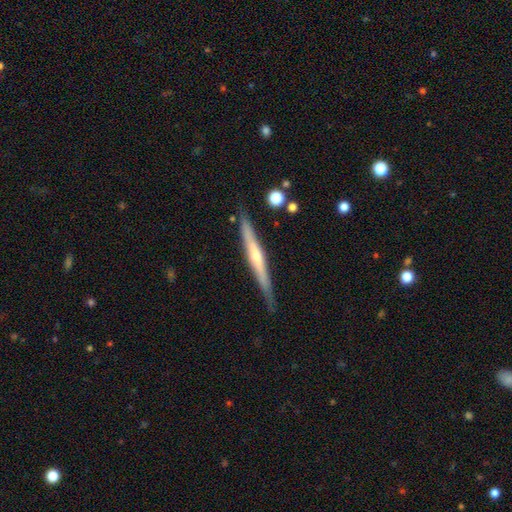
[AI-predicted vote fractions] Smooth or featured: featured or disk — 64% (smooth — 31%)
Edge-on disk: yes — 96% (no — 4%)
Edge-on bulge: rounded — 54% (none — 38%)
Merging: none — 85% (minor disturbance — 11%)